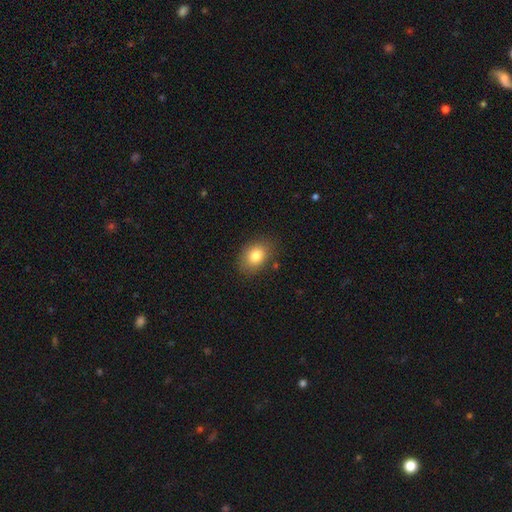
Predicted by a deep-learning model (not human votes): Smooth or featured?
  - smooth: 82% *
  - featured or disk: 9%
  - star or artifact: 9%
How rounded?
  - in between: 73% *
  - round: 26%
  - cigar-shaped: 1%
Merging?
  - none: 83% *
  - minor disturbance: 13%
  - major disturbance: 3%
  - merger: 2%